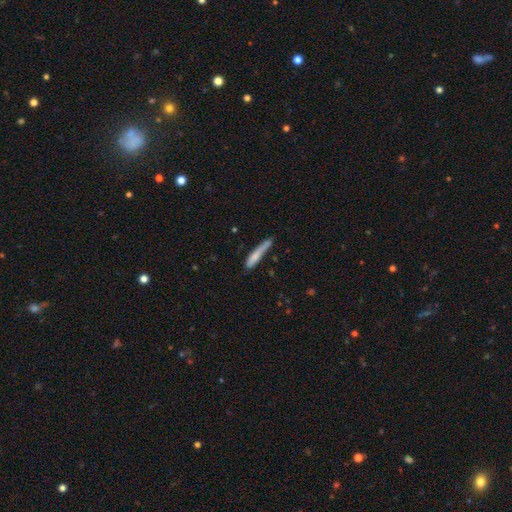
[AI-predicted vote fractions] smooth_or_featured: smooth (p=0.72) [alt: featured or disk p=0.22]
how_rounded: cigar-shaped (p=0.92) [alt: in between p=0.07]
merging: none (p=0.54) [alt: minor disturbance p=0.29]